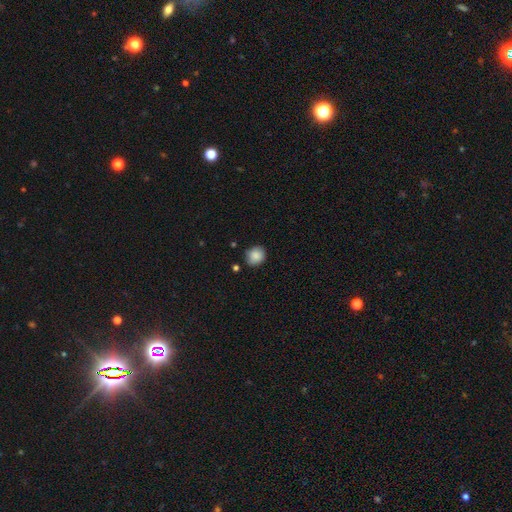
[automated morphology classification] Smooth or featured? smooth (88%)
How rounded? round (71%)
Merging? none (81%)